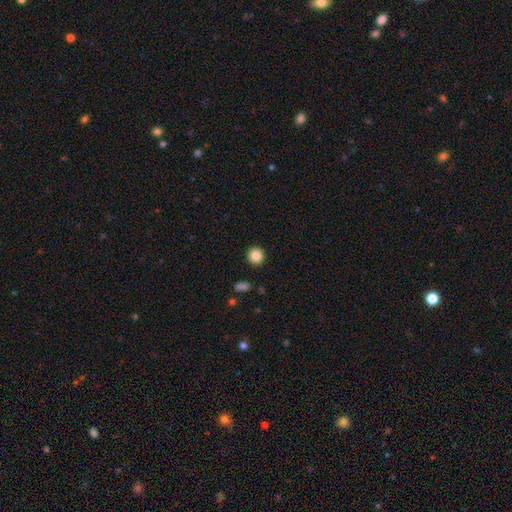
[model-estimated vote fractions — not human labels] This appears to be a smooth galaxy with no disk features (85%) that is round (93%). Merging: none (92%).